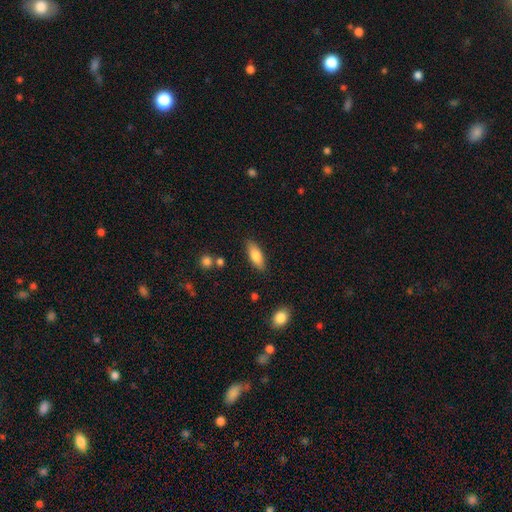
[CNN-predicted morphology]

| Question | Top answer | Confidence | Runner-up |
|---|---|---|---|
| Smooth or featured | smooth | 80% | featured or disk (14%) |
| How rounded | in between | 71% | cigar-shaped (27%) |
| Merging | none | 85% | minor disturbance (10%) |